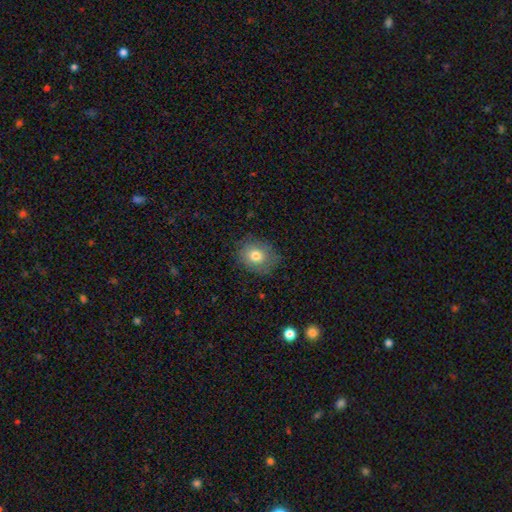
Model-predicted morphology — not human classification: Smooth or featured: smooth — 76% (featured or disk — 15%)
How rounded: round — 61% (in between — 39%)
Merging: none — 78% (minor disturbance — 17%)